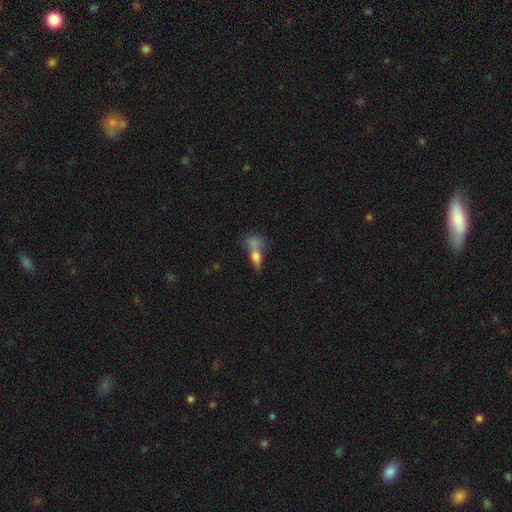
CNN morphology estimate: Smooth or featured?
  - smooth: 67% *
  - featured or disk: 20%
  - star or artifact: 13%
How rounded?
  - in between: 64% *
  - cigar-shaped: 20%
  - round: 16%
Merging?
  - merger: 55% *
  - none: 27%
  - minor disturbance: 10%
  - major disturbance: 8%